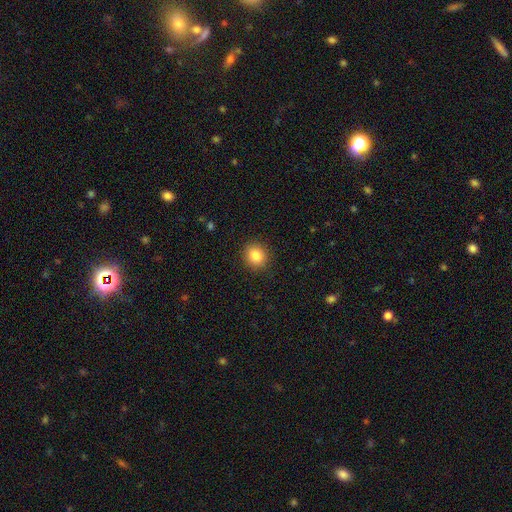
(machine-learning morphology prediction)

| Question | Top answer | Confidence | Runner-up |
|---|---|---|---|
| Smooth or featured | smooth | 84% | star or artifact (10%) |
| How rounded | round | 80% | in between (19%) |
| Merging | none | 90% | minor disturbance (6%) |